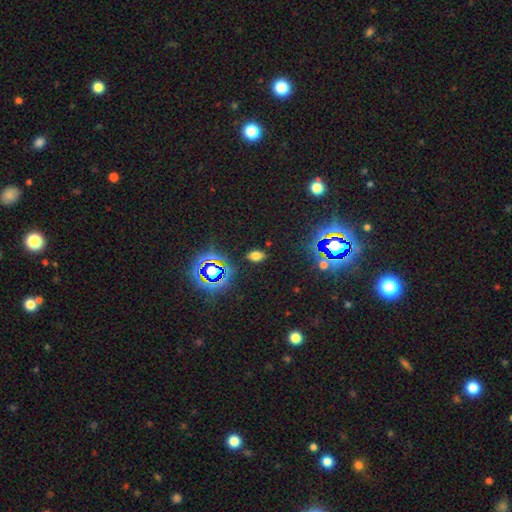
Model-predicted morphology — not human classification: A smooth galaxy with no disk features (61%) that is in between round and cigar-shaped (88%).

Vote fractions:
- Smooth or featured? smooth: 61% / star or artifact: 32% / featured or disk: 7%
- How rounded? in between: 88% / round: 10% / cigar-shaped: 3%
- Merging? none: 87% / minor disturbance: 8% / major disturbance: 3% / merger: 2%